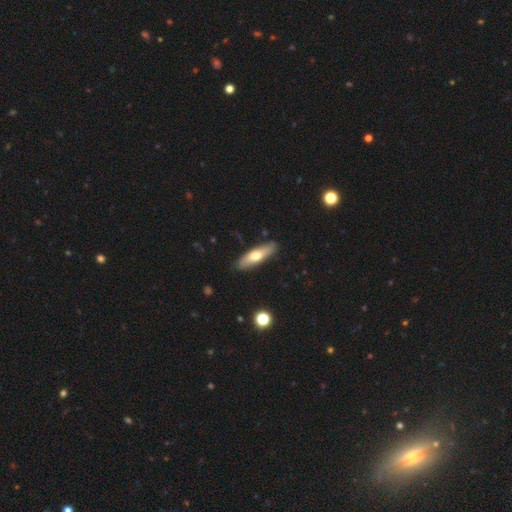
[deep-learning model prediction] The model was most divided on "how rounded": cigar-shaped: 55%, in between: 43%, round: 2%. More confident: merging — none (87%); smooth or featured — smooth (61%).